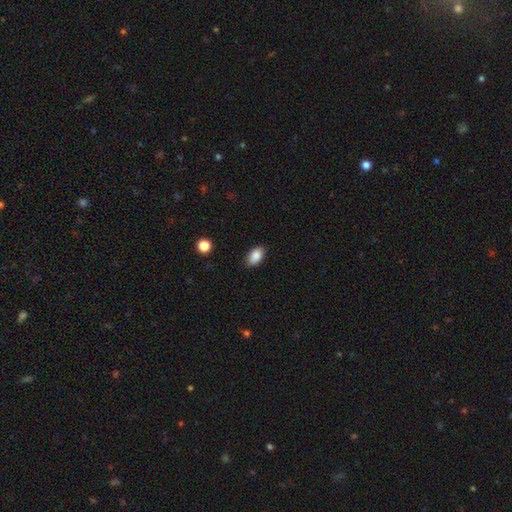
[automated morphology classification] Smooth or featured: smooth — 88% (star or artifact — 8%)
How rounded: in between — 92% (round — 6%)
Merging: none — 86% (minor disturbance — 11%)